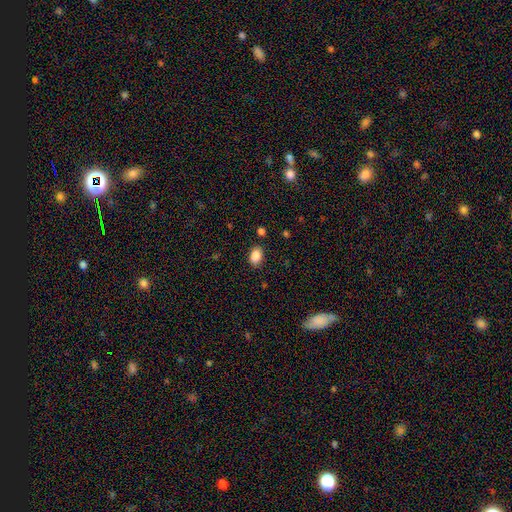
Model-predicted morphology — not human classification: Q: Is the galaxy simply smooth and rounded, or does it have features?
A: smooth — 87%.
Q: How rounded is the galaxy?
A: in between — 82%.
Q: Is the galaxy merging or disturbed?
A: none — 83%.